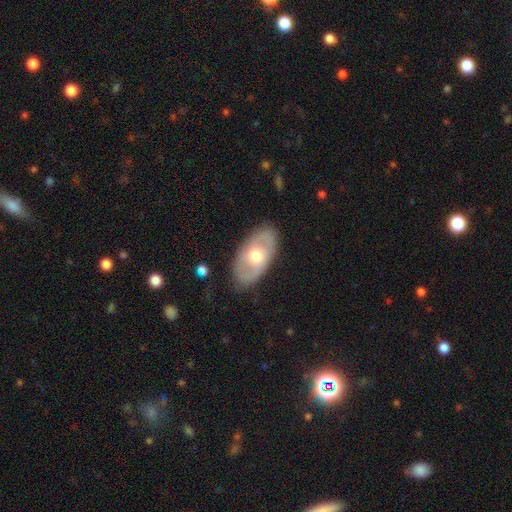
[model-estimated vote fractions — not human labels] featured or disk 53%, smooth 42%, star or artifact 5%. Down the decision tree: edge-on disk — no (87%); merging — none (82%).